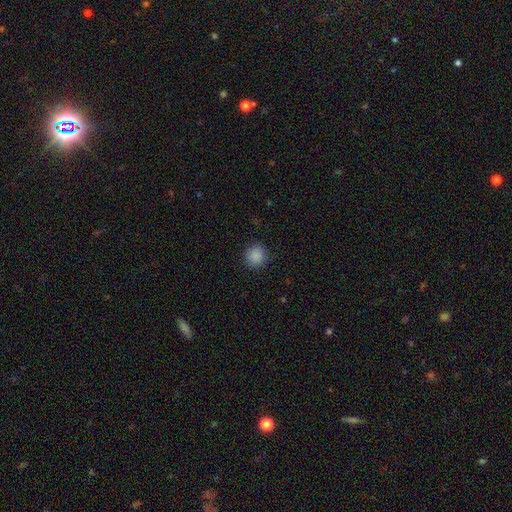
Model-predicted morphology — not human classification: This appears to be a smooth galaxy with no disk features (88%) that is round (91%). Merging: none (90%).